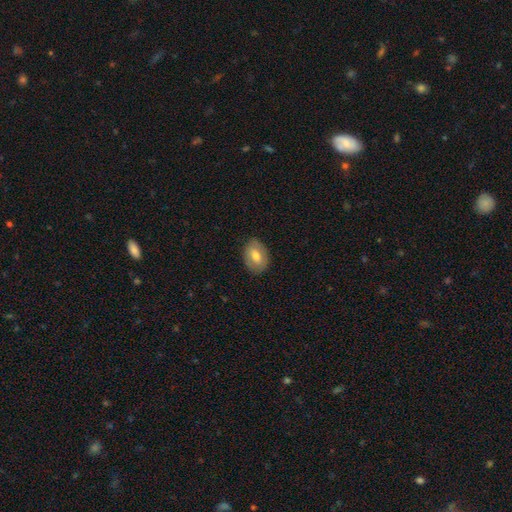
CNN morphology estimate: A smooth galaxy with no disk features (64%) that is in between round and cigar-shaped (78%). Merging: none (84%).